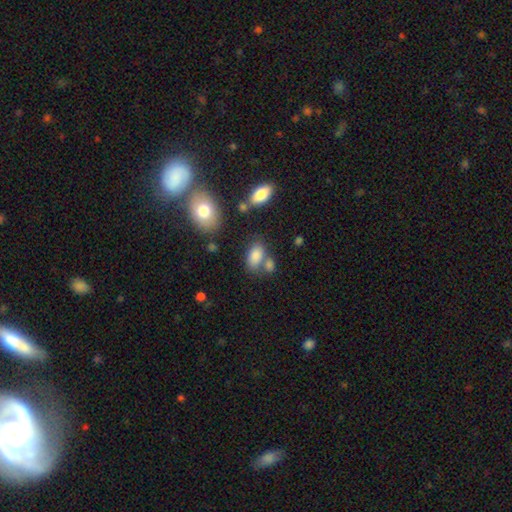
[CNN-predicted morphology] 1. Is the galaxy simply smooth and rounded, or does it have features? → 83% smooth, 9% star or artifact, 8% featured or disk.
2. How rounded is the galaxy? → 91% in between, 6% round, 3% cigar-shaped.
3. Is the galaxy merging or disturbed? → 54% none, 25% merger, 15% minor disturbance, 6% major disturbance.